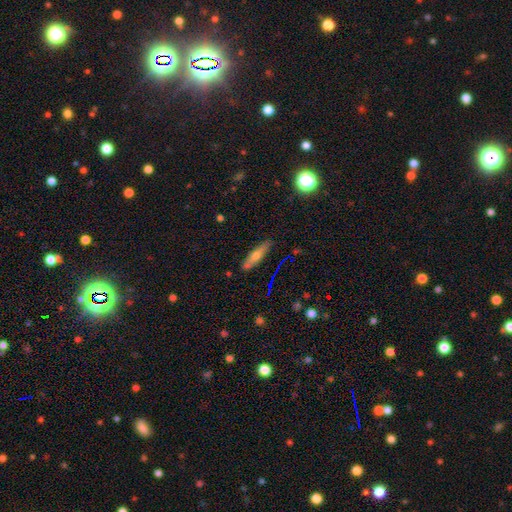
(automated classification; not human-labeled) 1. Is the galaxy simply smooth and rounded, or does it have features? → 48% smooth, 43% featured or disk, 9% star or artifact.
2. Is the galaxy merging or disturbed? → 84% none, 11% minor disturbance, 2% major disturbance, 2% merger.